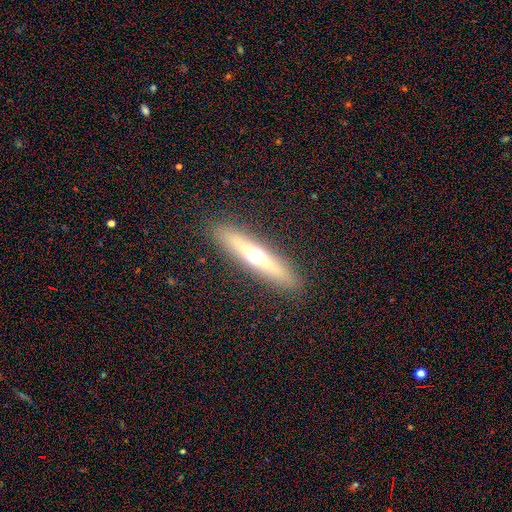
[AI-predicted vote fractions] Smooth or featured: featured or disk — 57% (smooth — 34%)
Edge-on disk: yes — 91% (no — 9%)
Edge-on bulge: rounded — 92% (none — 5%)
Merging: none — 89% (minor disturbance — 8%)